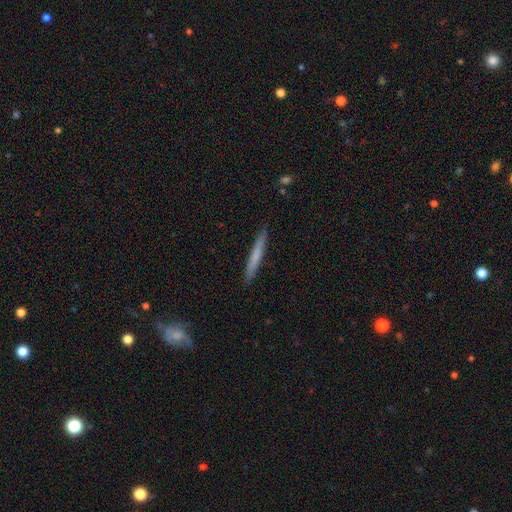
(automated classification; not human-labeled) Q: Smooth or featured?
A: smooth (65%); runner-up: featured or disk (30%)
Q: How rounded?
A: cigar-shaped (96%); runner-up: in between (2%)
Q: Merging?
A: none (91%); runner-up: minor disturbance (7%)